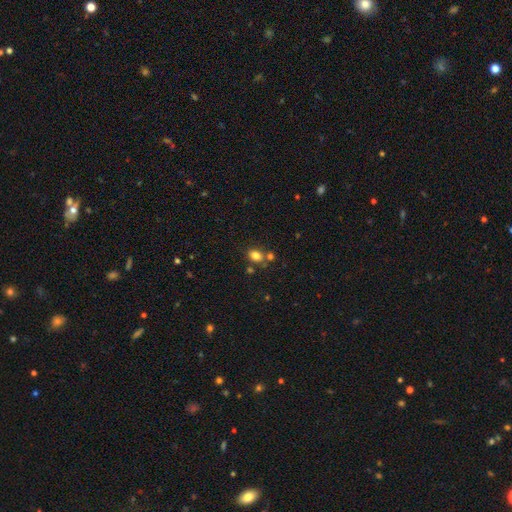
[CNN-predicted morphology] This appears to be a smooth galaxy with no disk features (80%) that is in between round and cigar-shaped (67%). Merging: none (65%).